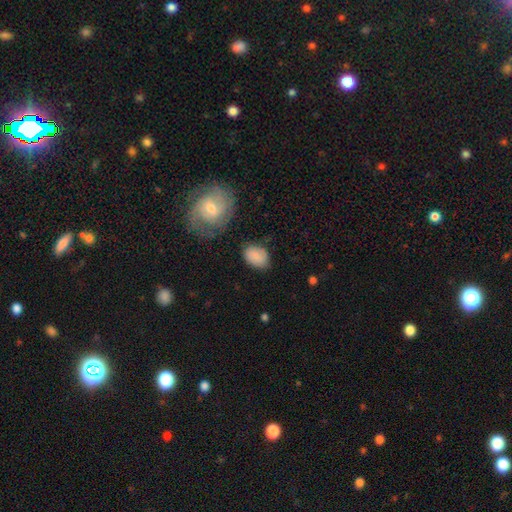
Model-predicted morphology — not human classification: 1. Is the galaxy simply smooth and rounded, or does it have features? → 84% smooth, 8% featured or disk, 7% star or artifact.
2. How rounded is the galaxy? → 77% in between, 22% round, 1% cigar-shaped.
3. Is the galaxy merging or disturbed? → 72% none, 20% minor disturbance, 5% major disturbance, 4% merger.